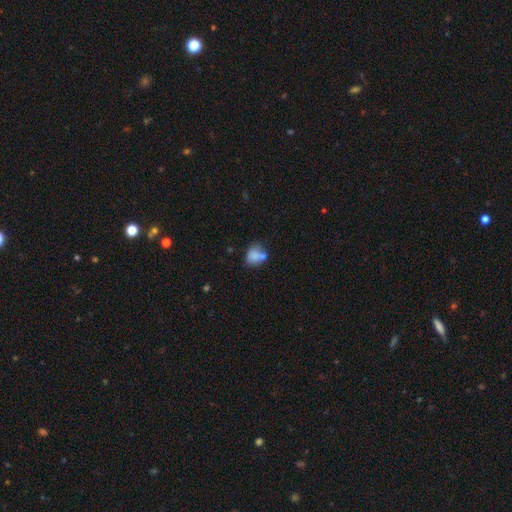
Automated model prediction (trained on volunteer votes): smooth-or-featured: smooth: 75% | featured or disk: 15% | star or artifact: 10%
  how-rounded: round: 55% | in between: 44% | cigar-shaped: 1%
  merging: none: 42% | merger: 29% | minor disturbance: 20% | major disturbance: 8%